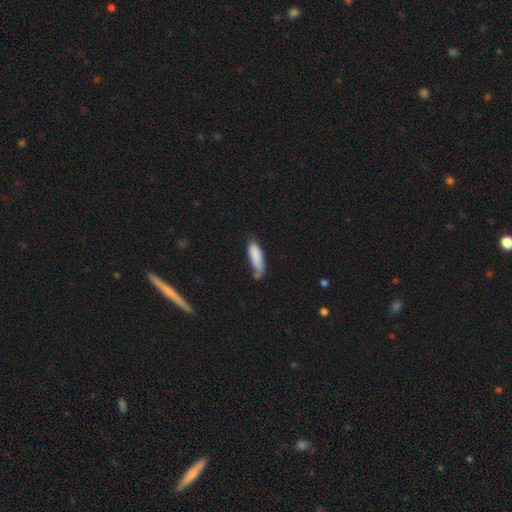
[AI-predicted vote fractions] A smooth galaxy with no disk features (85%) that is cigar-shaped (55%).

Vote fractions:
- Smooth or featured? smooth: 85% / featured or disk: 8% / star or artifact: 7%
- How rounded? cigar-shaped: 55% / in between: 44% / round: 2%
- Merging? none: 50% / minor disturbance: 32% / merger: 10% / major disturbance: 8%